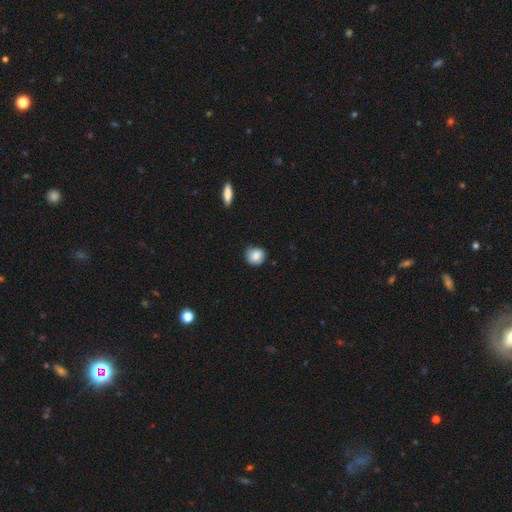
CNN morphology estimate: A smooth galaxy with no disk features (82%) that is round (82%). Merging: none (72%).